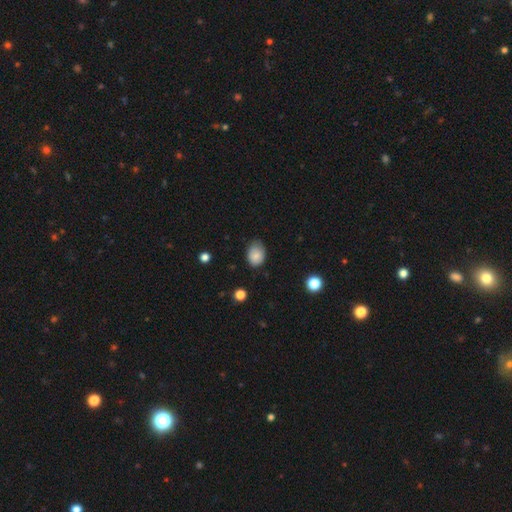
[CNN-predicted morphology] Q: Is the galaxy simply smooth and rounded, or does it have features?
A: smooth — 85%.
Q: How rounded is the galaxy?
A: in between — 69%.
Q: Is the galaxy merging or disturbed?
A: none — 67%.